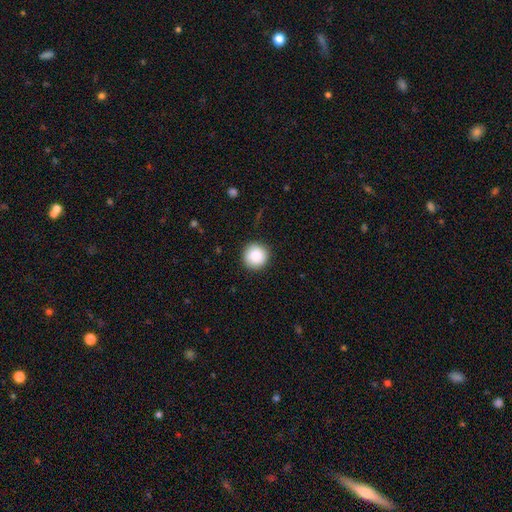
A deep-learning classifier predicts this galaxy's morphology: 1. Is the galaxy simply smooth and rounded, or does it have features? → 88% smooth, 8% star or artifact, 4% featured or disk.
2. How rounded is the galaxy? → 95% round, 4% in between, 1% cigar-shaped.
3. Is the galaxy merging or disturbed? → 91% none, 7% minor disturbance, 2% major disturbance, 1% merger.